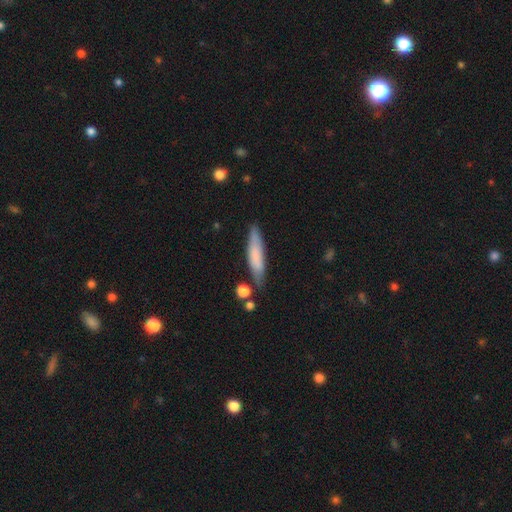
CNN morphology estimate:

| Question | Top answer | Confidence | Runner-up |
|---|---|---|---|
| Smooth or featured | smooth | 71% | featured or disk (23%) |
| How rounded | cigar-shaped | 81% | in between (18%) |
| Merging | none | 73% | minor disturbance (18%) |